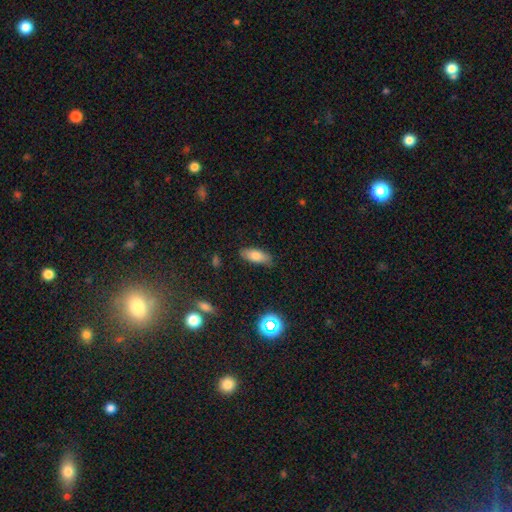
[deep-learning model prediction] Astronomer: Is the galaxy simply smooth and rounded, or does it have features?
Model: smooth — 77%.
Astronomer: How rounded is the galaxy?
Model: in between — 75%.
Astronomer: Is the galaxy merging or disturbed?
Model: none — 83%.